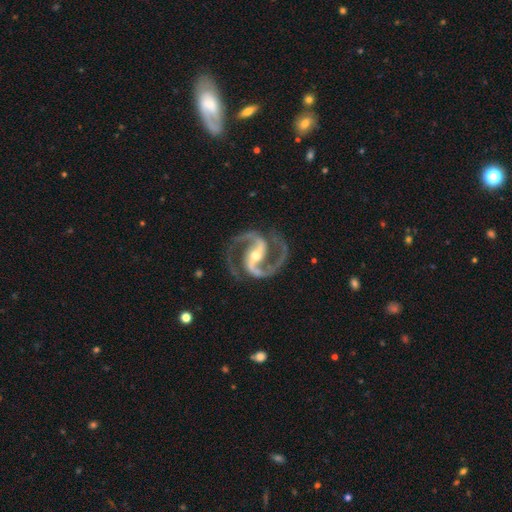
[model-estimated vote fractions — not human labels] featured or disk 94%, star or artifact 4%, smooth 2%. Down the decision tree: edge-on disk — no (98%); bar — strong (60%); spiral arms — yes (99%); spiral arm count — 2 (94%); spiral winding — medium (70%); bulge size — moderate (55%); merging — none (82%).